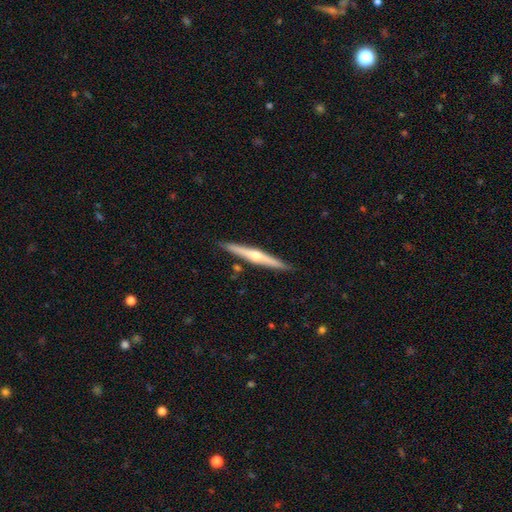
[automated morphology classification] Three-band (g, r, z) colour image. It shows a featured or disk galaxy (70%) viewed edge-on (98%) with a rounded central bulge (87%). Merging: none (89%).